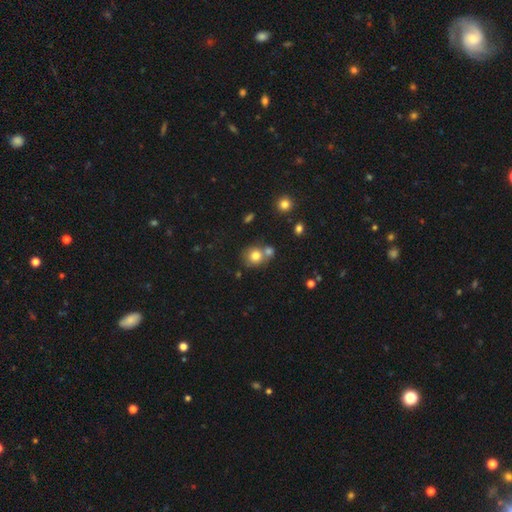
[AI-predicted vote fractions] smooth-or-featured: smooth: 77% | star or artifact: 11% | featured or disk: 11%
  how-rounded: round: 83% | in between: 16% | cigar-shaped: 1%
  merging: none: 49% | merger: 38% | minor disturbance: 10% | major disturbance: 3%